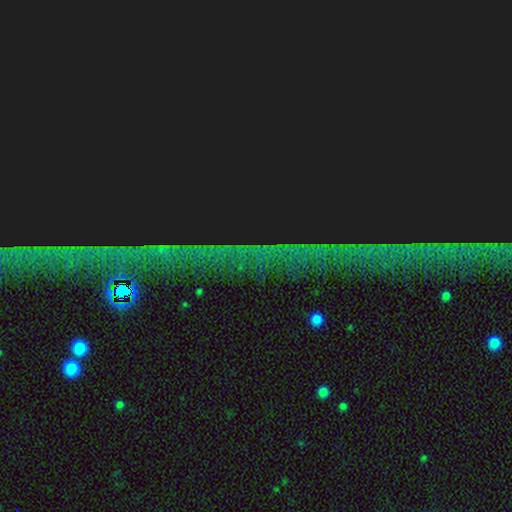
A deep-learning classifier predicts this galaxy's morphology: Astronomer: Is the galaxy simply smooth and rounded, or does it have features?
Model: star or artifact — 88%.